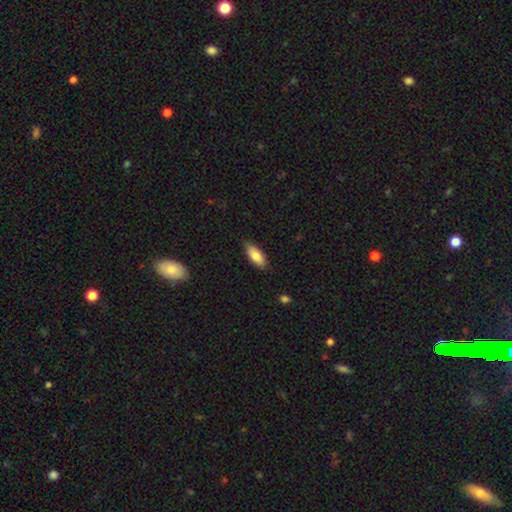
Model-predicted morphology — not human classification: Smooth or featured?
  - smooth: 83% *
  - featured or disk: 11%
  - star or artifact: 6%
How rounded?
  - in between: 79% *
  - cigar-shaped: 19%
  - round: 2%
Merging?
  - none: 82% *
  - minor disturbance: 14%
  - major disturbance: 2%
  - merger: 1%